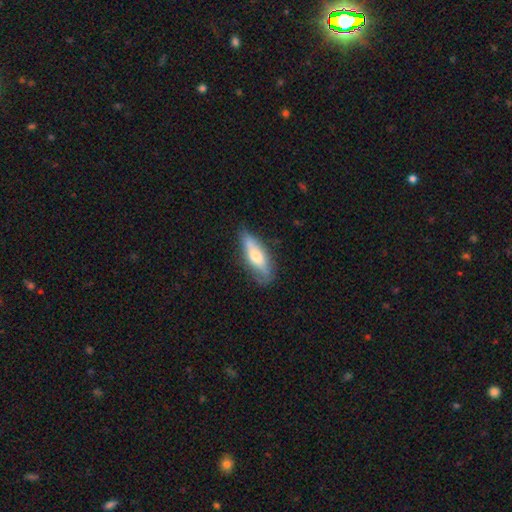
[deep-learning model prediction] The model was most divided on "how rounded": cigar-shaped: 50%, in between: 48%, round: 3%. More confident: merging — none (74%); smooth or featured — smooth (56%).